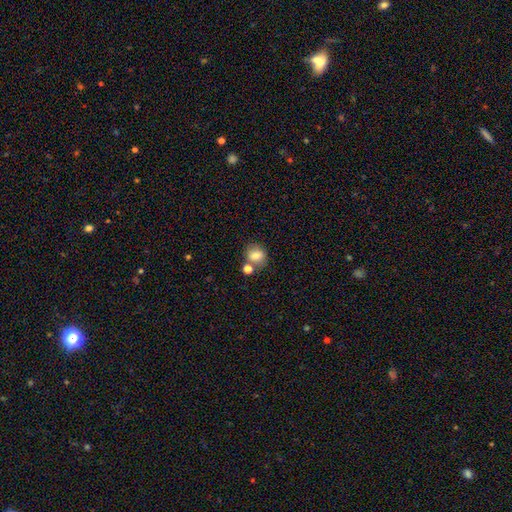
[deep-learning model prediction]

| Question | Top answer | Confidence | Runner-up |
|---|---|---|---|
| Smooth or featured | smooth | 80% | featured or disk (10%) |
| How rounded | round | 73% | in between (26%) |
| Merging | none | 61% | merger (24%) |